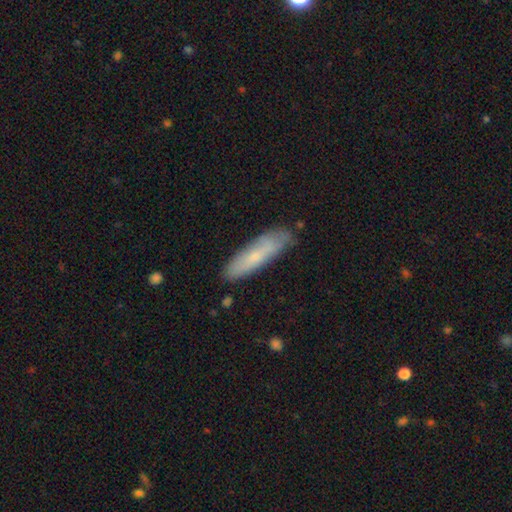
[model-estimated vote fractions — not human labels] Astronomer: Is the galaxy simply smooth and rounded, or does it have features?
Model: smooth — 65%.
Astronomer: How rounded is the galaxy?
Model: cigar-shaped — 71%.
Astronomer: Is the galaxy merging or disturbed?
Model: none — 74%.